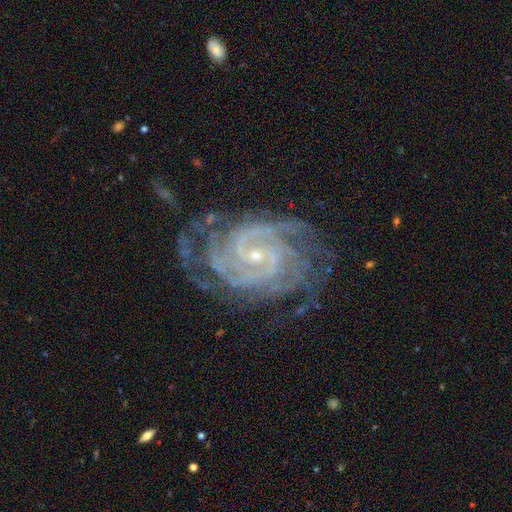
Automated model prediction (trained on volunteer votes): smooth-or-featured: featured or disk: 92% | star or artifact: 5% | smooth: 3%
  disk-edge-on: no: 97% | yes: 3%
    bar: no: 47% | weak: 37% | strong: 16%
    has-spiral-arms: yes: 98% | no: 2%
      spiral-winding: tight: 73% | medium: 24% | loose: 3%
      spiral-arm-count: 2: 24% | 4: 21% | 3: 19% | can't tell: 17% | more than 4: 11% | 1: 8%
    bulge-size: small: 81% | moderate: 16% | none: 2% | large: 1% | dominant: 1%
  merging: none: 69% | minor disturbance: 20% | major disturbance: 10% | merger: 2%